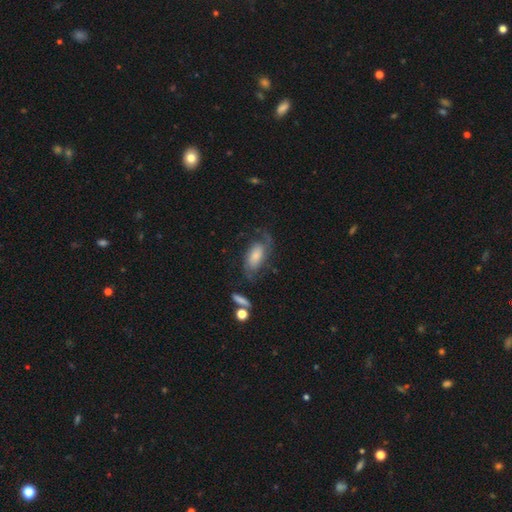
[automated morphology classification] Q: Smooth or featured?
A: featured or disk (62%); runner-up: smooth (31%)
Q: Edge-on disk?
A: no (94%); runner-up: yes (6%)
Q: Bar?
A: no (61%); runner-up: weak (30%)
Q: Spiral arms?
A: yes (91%); runner-up: no (9%)
Q: Spiral winding?
A: medium (41%); runner-up: loose (39%)
Q: Spiral arm count?
A: 2 (80%); runner-up: can't tell (8%)
Q: Bulge size?
A: large (28%); runner-up: moderate (26%)
Q: Merging?
A: none (54%); runner-up: major disturbance (21%)